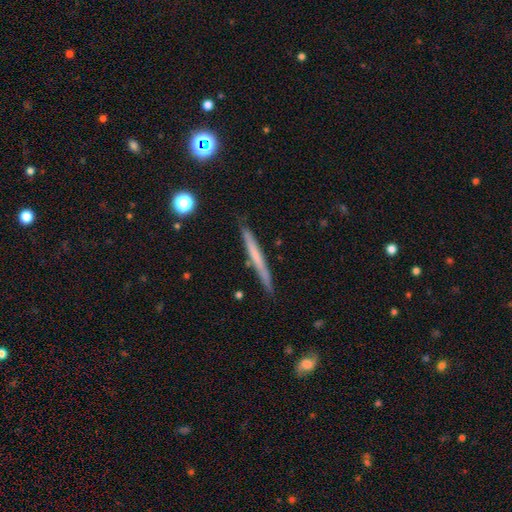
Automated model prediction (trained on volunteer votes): smooth 52%, featured or disk 41%, star or artifact 6%. Down the decision tree: how rounded — cigar-shaped (96%); merging — none (87%).